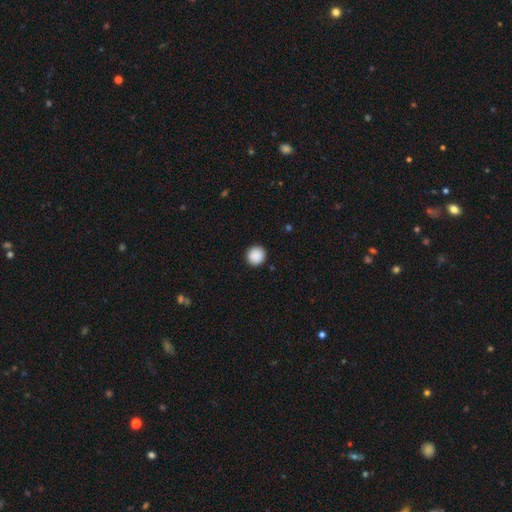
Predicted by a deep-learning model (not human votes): Smooth or featured? Predicted: smooth (p=0.90). How rounded? Predicted: round (p=0.93). Merging? Predicted: none (p=0.92).